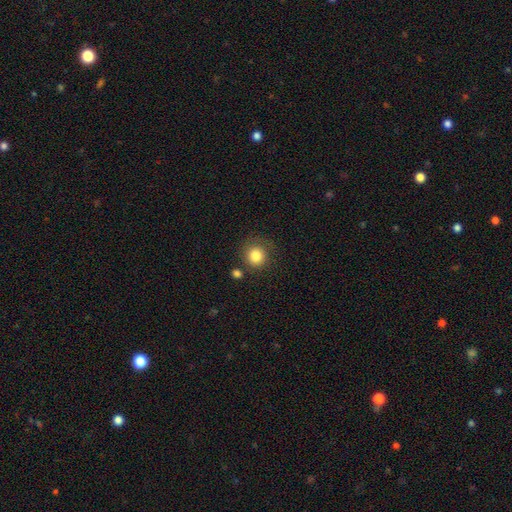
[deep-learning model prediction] Smooth or featured? Predicted: smooth (p=0.83). How rounded? Predicted: round (p=0.90). Merging? Predicted: none (p=0.74).